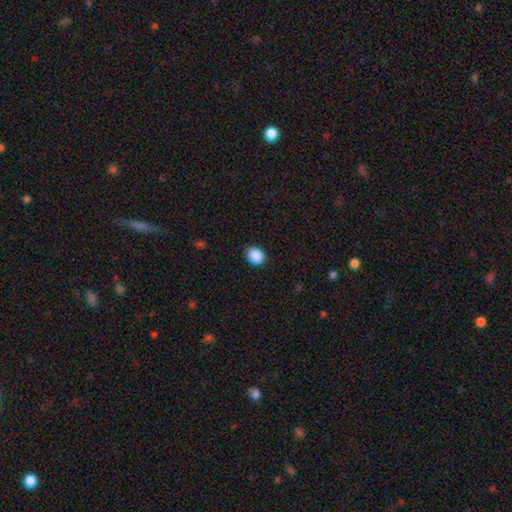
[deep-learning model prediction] This appears to be a smooth galaxy with no disk features (89%) that is round (61%). Merging: none (88%).